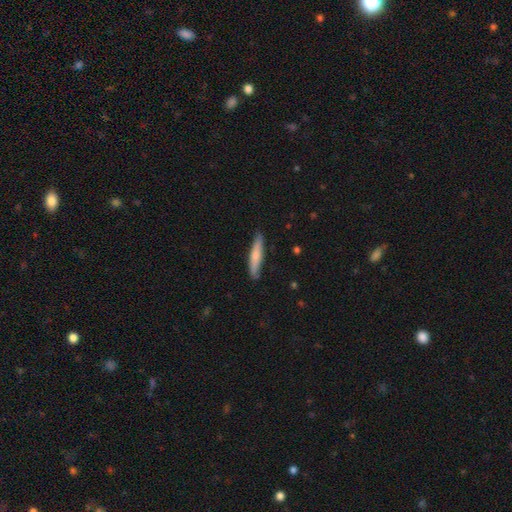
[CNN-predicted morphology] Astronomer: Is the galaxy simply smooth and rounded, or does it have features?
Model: smooth — 69%.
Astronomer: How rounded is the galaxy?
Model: cigar-shaped — 89%.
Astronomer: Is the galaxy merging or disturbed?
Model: none — 86%.